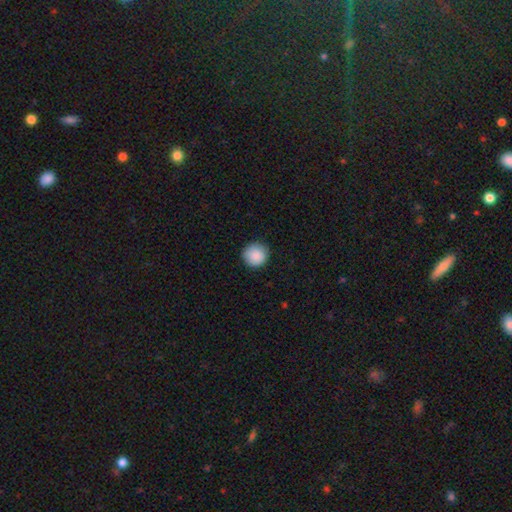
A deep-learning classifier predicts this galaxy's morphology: A smooth galaxy with no disk features (89%) that is round (95%).

Vote fractions:
- Smooth or featured? smooth: 89% / star or artifact: 8% / featured or disk: 4%
- How rounded? round: 95% / in between: 4% / cigar-shaped: 1%
- Merging? none: 89% / minor disturbance: 8% / major disturbance: 2% / merger: 1%